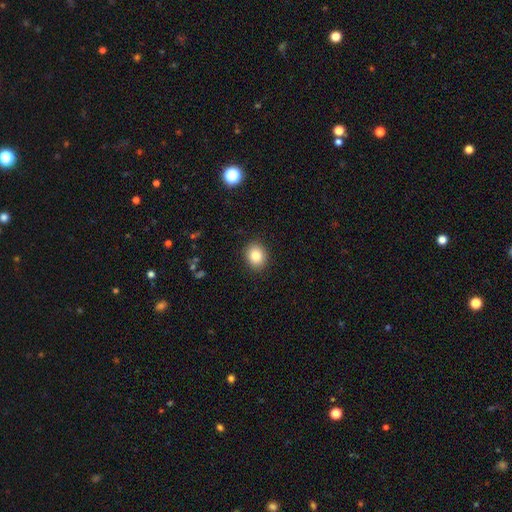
A smooth galaxy with no disk features (90%) that is in between round and cigar-shaped (51%). Merging: none (92%).